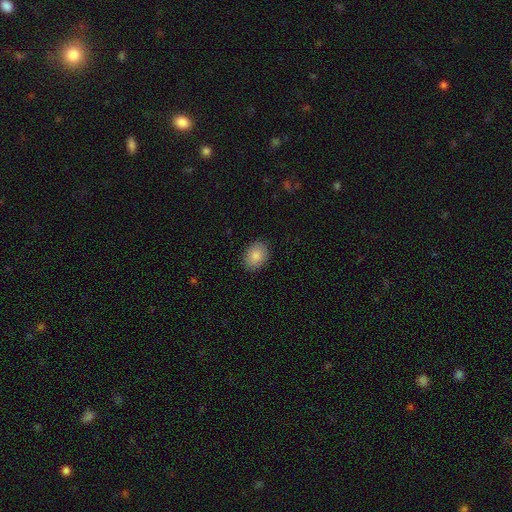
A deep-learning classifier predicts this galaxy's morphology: This is clearly a smooth galaxy (86%). How rounded: likely in between (69%). Merging: clearly none (89%).